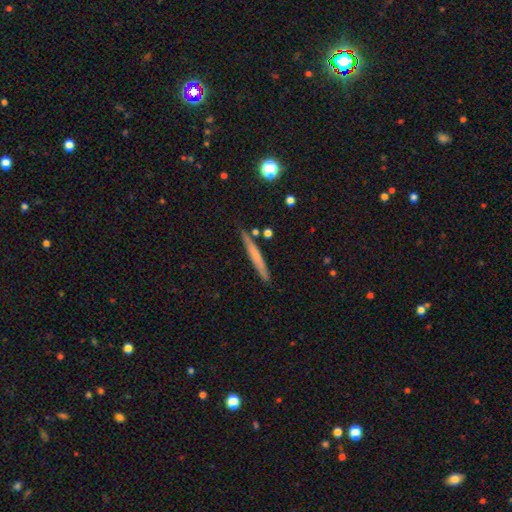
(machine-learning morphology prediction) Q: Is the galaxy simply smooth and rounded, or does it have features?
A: smooth — 52%.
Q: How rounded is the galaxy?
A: cigar-shaped — 95%.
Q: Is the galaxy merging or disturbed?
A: none — 86%.